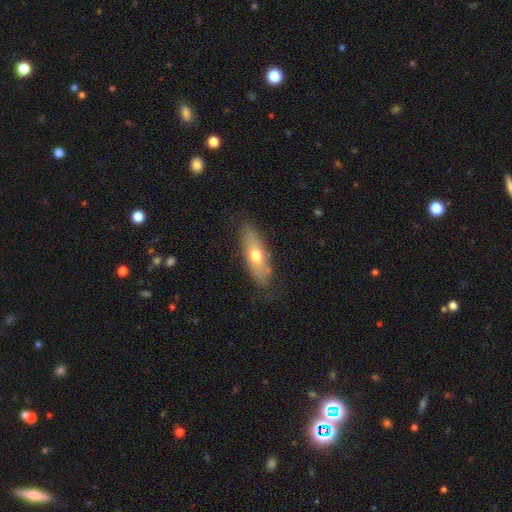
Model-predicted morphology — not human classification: Smooth or featured?
  - smooth: 61% *
  - featured or disk: 33%
  - star or artifact: 6%
How rounded?
  - in between: 67% *
  - cigar-shaped: 30%
  - round: 3%
Merging?
  - none: 77% *
  - minor disturbance: 17%
  - major disturbance: 4%
  - merger: 2%